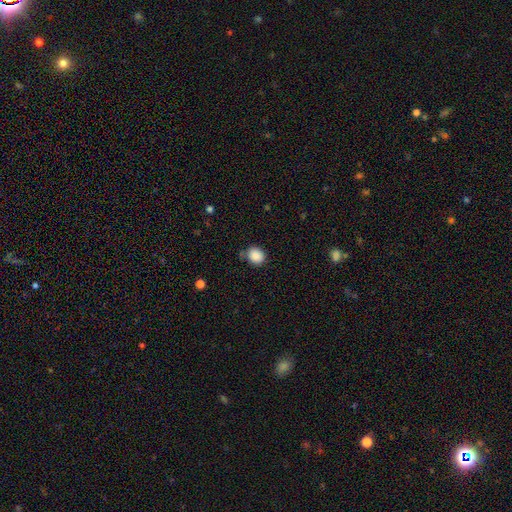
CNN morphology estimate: A smooth galaxy with no disk features (88%) that is round (69%). Merging: none (77%).